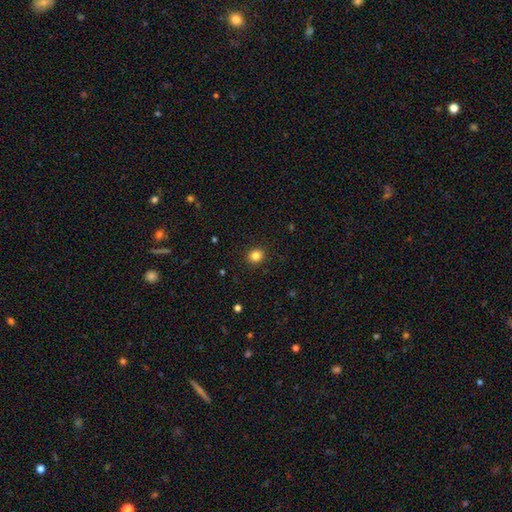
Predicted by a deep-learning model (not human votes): Smooth or featured: smooth — 83% (star or artifact — 12%)
How rounded: round — 82% (in between — 17%)
Merging: none — 91% (minor disturbance — 6%)